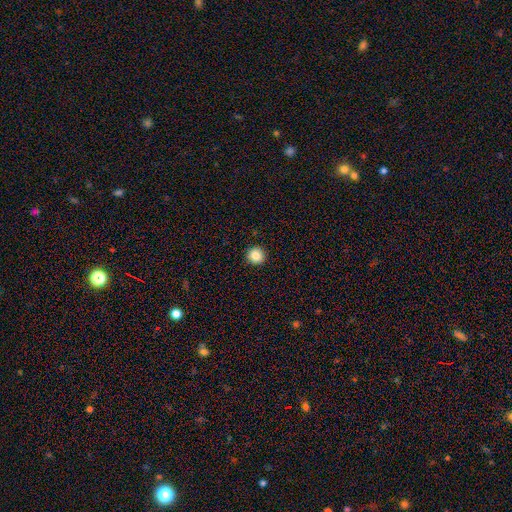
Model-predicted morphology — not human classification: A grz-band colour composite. It shows a smooth galaxy with no disk features (86%) that is round (95%). Merging: none (93%).